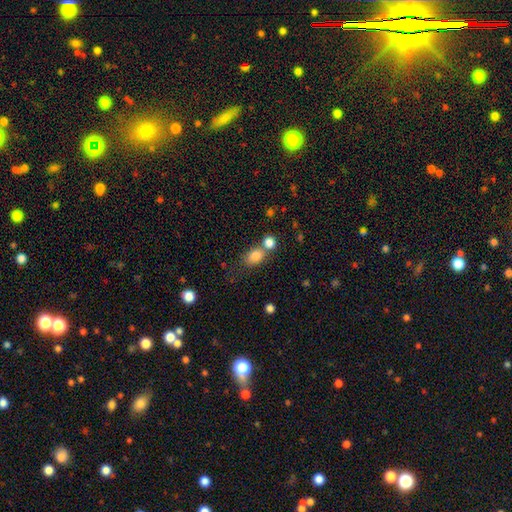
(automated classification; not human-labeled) The model was most divided on "merging": none: 48%, merger: 34%, minor disturbance: 12%, major disturbance: 5%. More confident: smooth or featured — smooth (82%); how rounded — in between (66%).